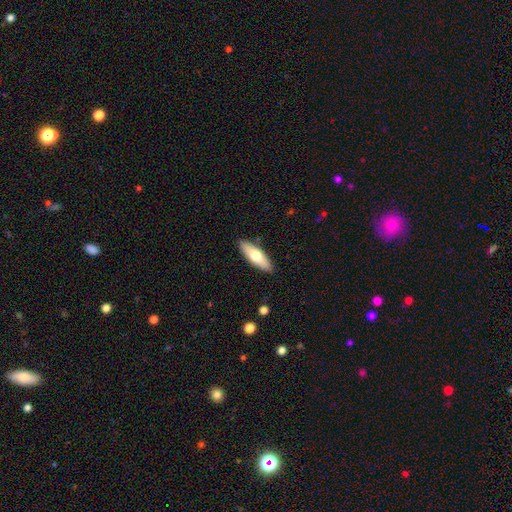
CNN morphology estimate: smooth-or-featured: smooth: 65% | featured or disk: 29% | star or artifact: 5%
  how-rounded: in between: 57% | cigar-shaped: 41% | round: 2%
  merging: none: 89% | minor disturbance: 8% | major disturbance: 2% | merger: 1%